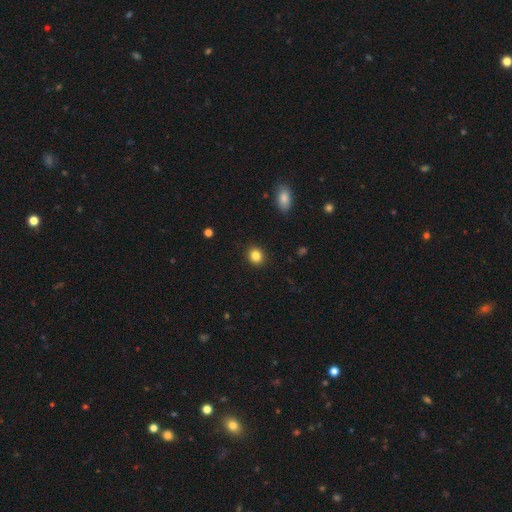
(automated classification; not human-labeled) smooth-or-featured: smooth: 85% | star or artifact: 10% | featured or disk: 5%
  how-rounded: round: 72% | in between: 27% | cigar-shaped: 1%
  merging: none: 91% | minor disturbance: 6% | major disturbance: 2% | merger: 1%